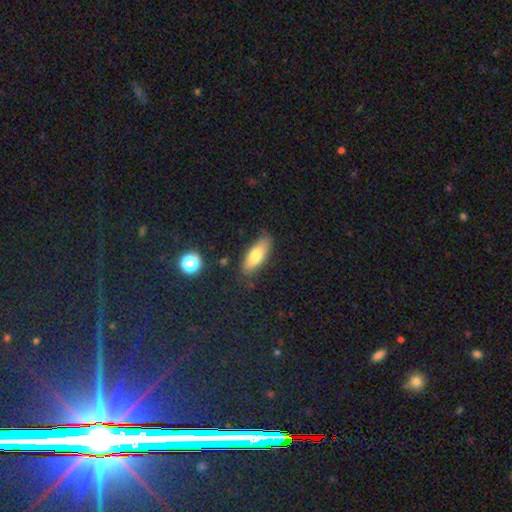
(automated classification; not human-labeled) Smooth or featured?
  - smooth: 76% *
  - featured or disk: 16%
  - star or artifact: 7%
How rounded?
  - in between: 71% *
  - cigar-shaped: 26%
  - round: 2%
Merging?
  - none: 82% *
  - minor disturbance: 13%
  - major disturbance: 3%
  - merger: 2%